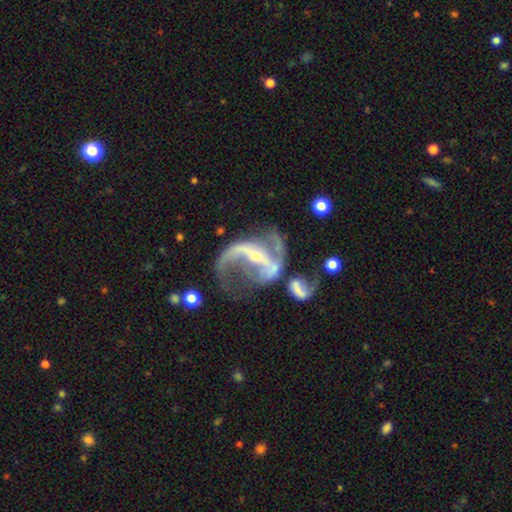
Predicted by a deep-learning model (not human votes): The model was most divided on "merging": none: 35%, major disturbance: 30%, merger: 19%, minor disturbance: 16%. More confident: edge-on disk — no (96%); spiral arms — yes (91%); smooth or featured — featured or disk (89%); spiral arm count — 2 (80%); spiral winding — loose (63%); bulge size — small (62%); bar — strong (60%).